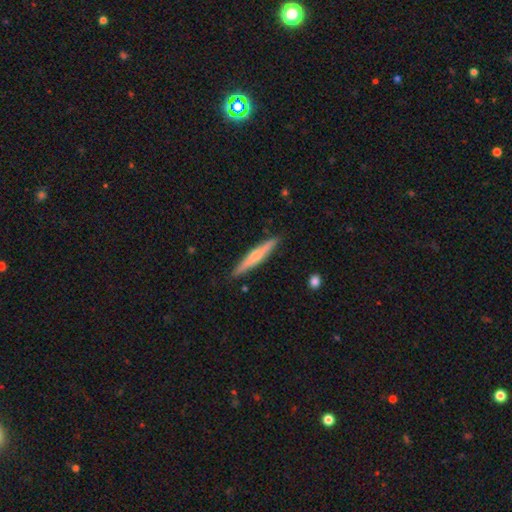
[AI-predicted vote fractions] smooth-or-featured: featured or disk: 49% | smooth: 46% | star or artifact: 5%
  merging: none: 89% | minor disturbance: 8% | major disturbance: 1% | merger: 1%